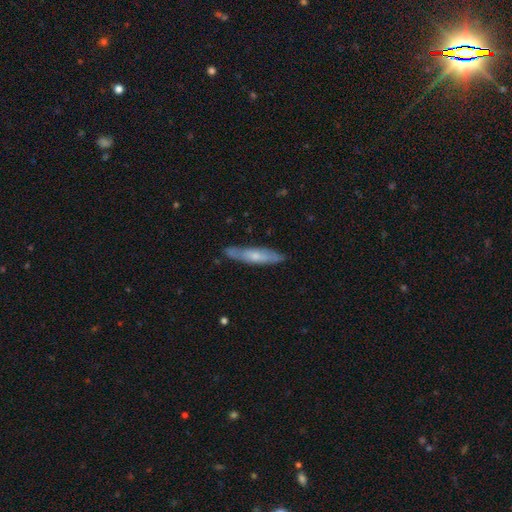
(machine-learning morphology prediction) A smooth galaxy with no disk features (49%).

Vote fractions:
- Smooth or featured? smooth: 49% / featured or disk: 46% / star or artifact: 6%
- Merging? none: 82% / minor disturbance: 14% / major disturbance: 2% / merger: 2%